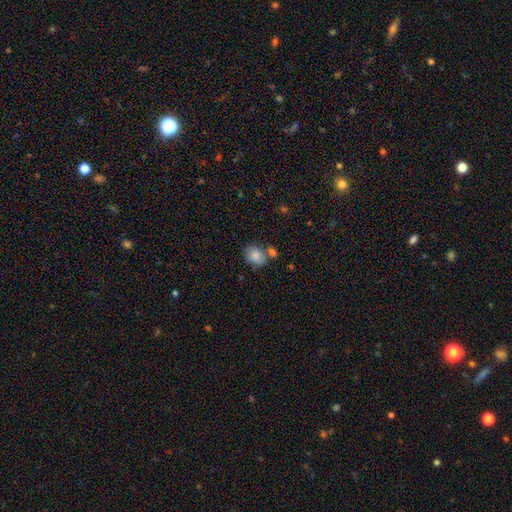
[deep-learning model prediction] This appears to be a smooth galaxy with no disk features (83%) that is in between round and cigar-shaped (55%). Merging: none (58%).